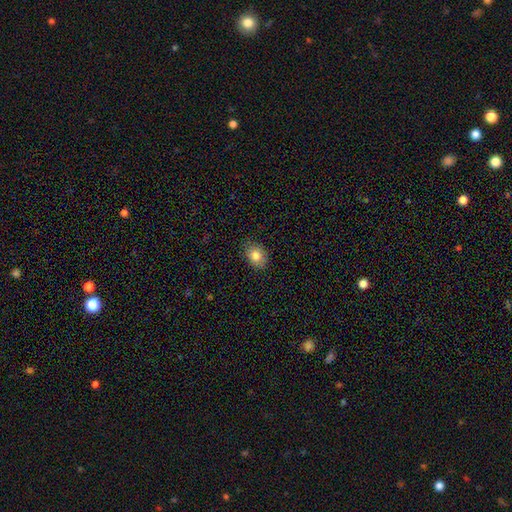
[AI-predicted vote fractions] smooth_or_featured: smooth (p=0.83) [alt: star or artifact p=0.09]
how_rounded: in between (p=0.66) [alt: round p=0.33]
merging: none (p=0.85) [alt: minor disturbance p=0.11]